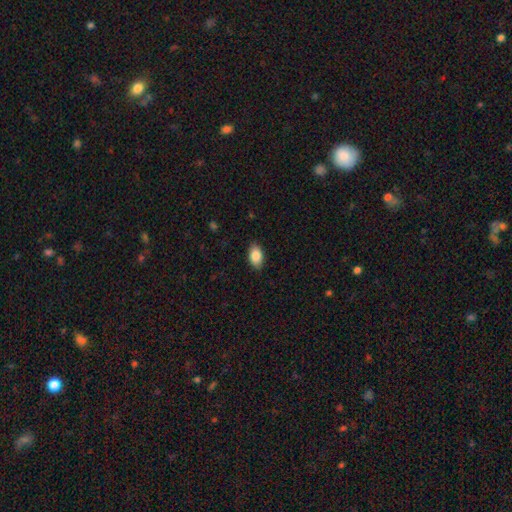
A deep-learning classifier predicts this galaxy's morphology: smooth 87%, star or artifact 7%, featured or disk 6%. Down the decision tree: how rounded — in between (91%); merging — none (87%).